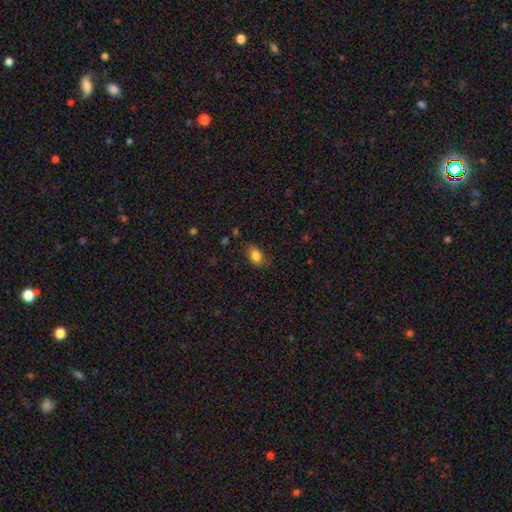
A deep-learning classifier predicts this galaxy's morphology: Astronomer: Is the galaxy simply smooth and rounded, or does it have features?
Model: smooth — 83%.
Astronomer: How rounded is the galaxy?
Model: in between — 83%.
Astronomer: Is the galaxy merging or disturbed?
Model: none — 78%.